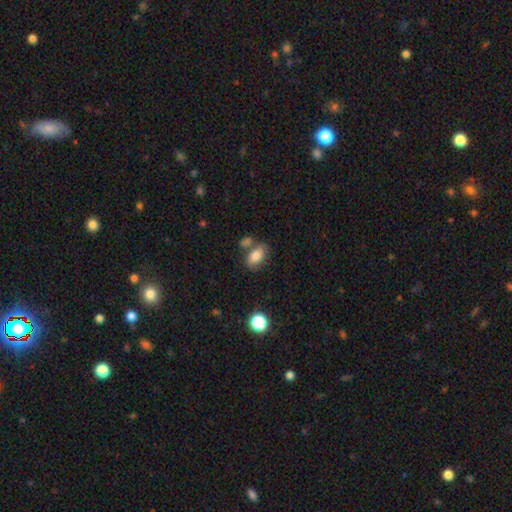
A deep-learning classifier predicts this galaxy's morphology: Smooth or featured? Predicted: smooth (p=0.80). How rounded? Predicted: in between (p=0.88). Merging? Predicted: none (p=0.59).